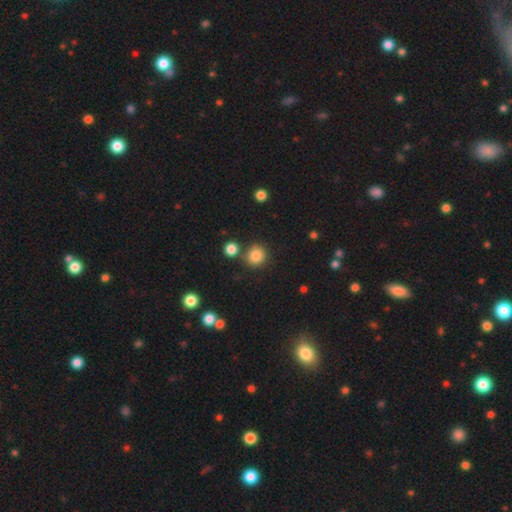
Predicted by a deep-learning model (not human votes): Smooth or featured? Predicted: smooth (p=0.84). How rounded? Predicted: round (p=0.90). Merging? Predicted: none (p=0.77).